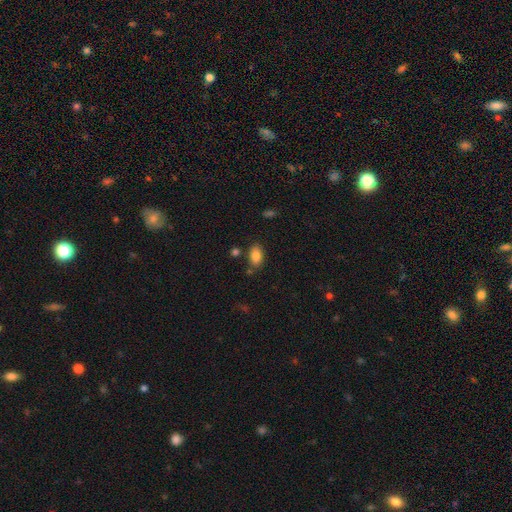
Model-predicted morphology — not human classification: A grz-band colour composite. It shows a smooth galaxy with no disk features (85%) that is in between round and cigar-shaped (90%). Merging: none (77%).